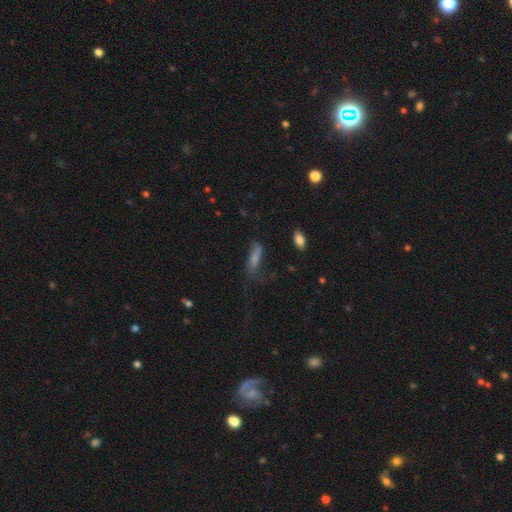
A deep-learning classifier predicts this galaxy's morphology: smooth-or-featured: smooth: 50% | featured or disk: 33% | star or artifact: 17%
  merging: none: 46% | major disturbance: 27% | minor disturbance: 24% | merger: 4%